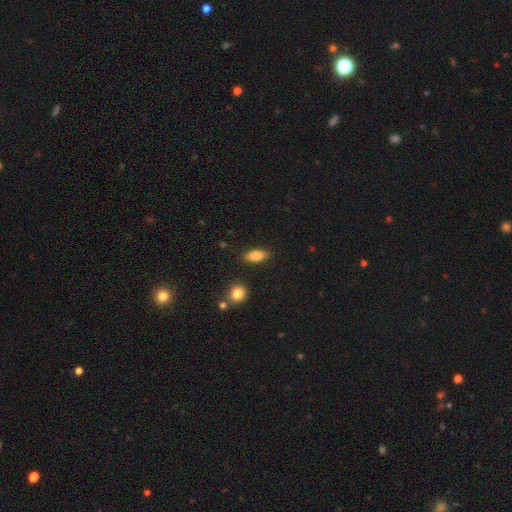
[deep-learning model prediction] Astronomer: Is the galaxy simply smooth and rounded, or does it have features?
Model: smooth — 82%.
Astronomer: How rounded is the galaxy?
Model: in between — 80%.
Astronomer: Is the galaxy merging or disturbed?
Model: none — 87%.